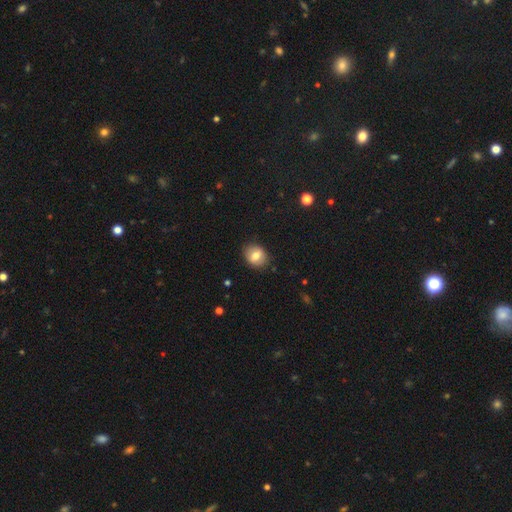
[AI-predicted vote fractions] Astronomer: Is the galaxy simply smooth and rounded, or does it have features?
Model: smooth — 73%.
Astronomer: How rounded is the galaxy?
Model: round — 52% (runner-up: in between, 47%).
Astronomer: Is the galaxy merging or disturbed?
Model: none — 84%.